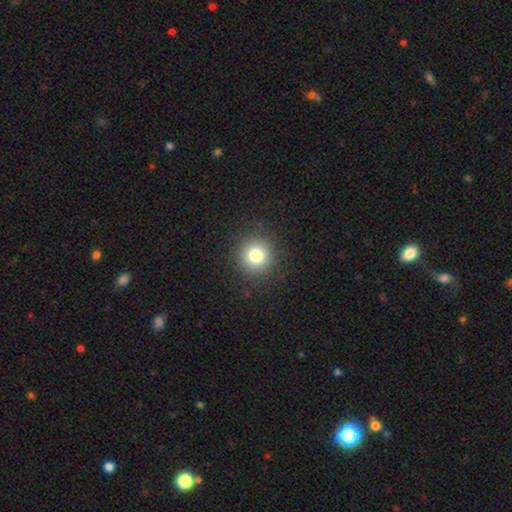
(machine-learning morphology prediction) The model was most divided on "smooth or featured": smooth: 79%, star or artifact: 13%, featured or disk: 8%. More confident: how rounded — round (94%); merging — none (90%).